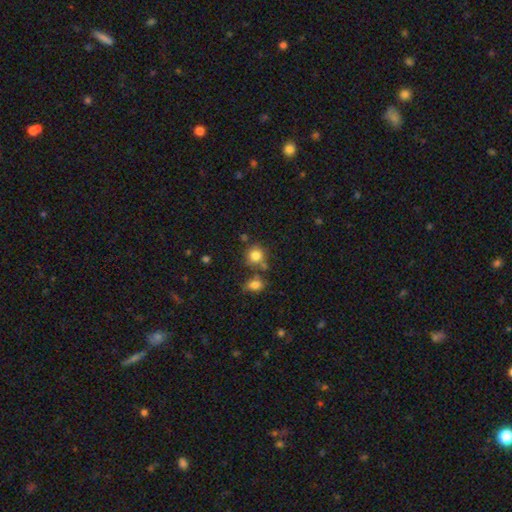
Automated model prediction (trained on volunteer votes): Smooth or featured? Predicted: smooth (p=0.82). How rounded? Predicted: round (p=0.83). Merging? Predicted: none (p=0.65).